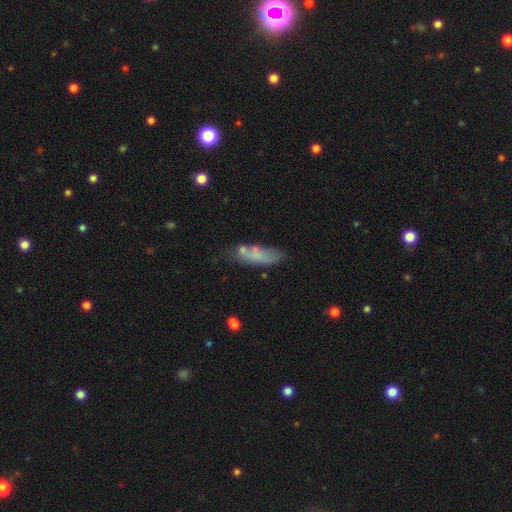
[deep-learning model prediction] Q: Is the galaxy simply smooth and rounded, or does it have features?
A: smooth — 67%.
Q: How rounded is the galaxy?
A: cigar-shaped — 56%.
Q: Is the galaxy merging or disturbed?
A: none — 57%.